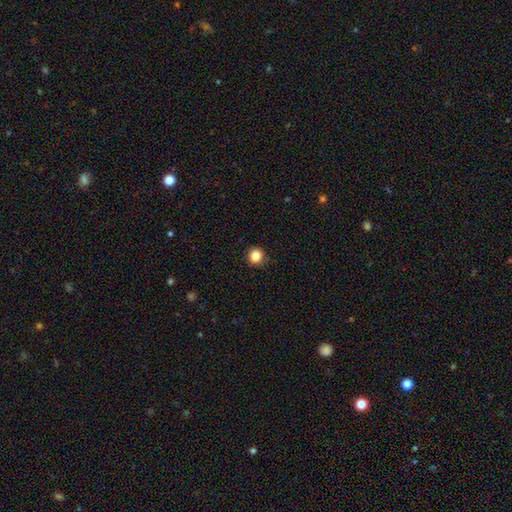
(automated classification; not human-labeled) Smooth or featured? smooth (86%)
How rounded? round (92%)
Merging? none (91%)